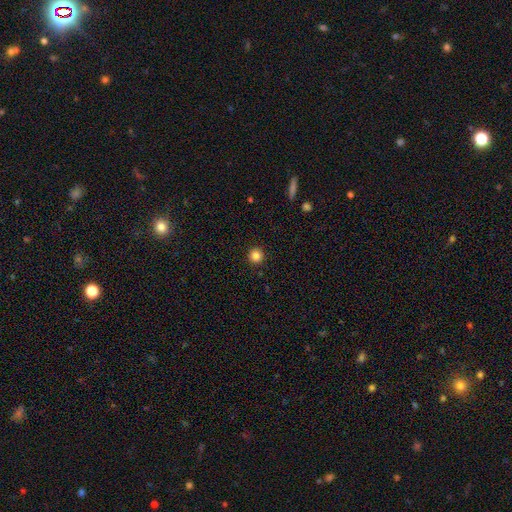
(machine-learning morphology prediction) type=smooth (84%); roundness=round (96%); merging=none (93%).